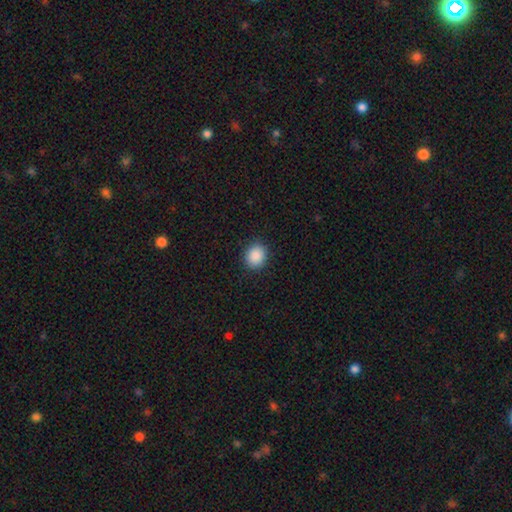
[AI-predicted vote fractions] Smooth or featured: smooth — 89% (star or artifact — 8%)
How rounded: round — 77% (in between — 22%)
Merging: none — 90% (minor disturbance — 7%)